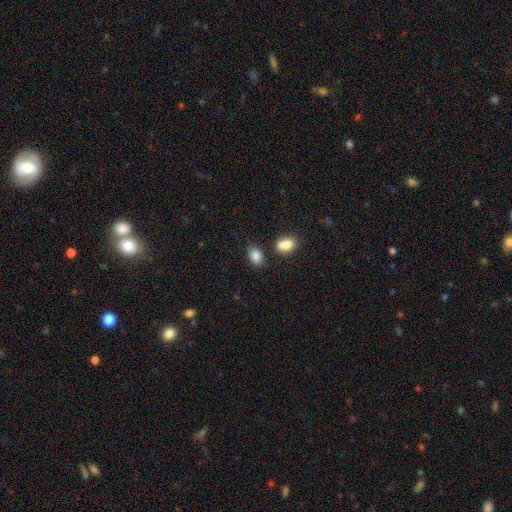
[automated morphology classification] Q: Smooth or featured?
A: smooth (86%); runner-up: star or artifact (9%)
Q: How rounded?
A: in between (79%); runner-up: round (20%)
Q: Merging?
A: none (68%); runner-up: minor disturbance (14%)